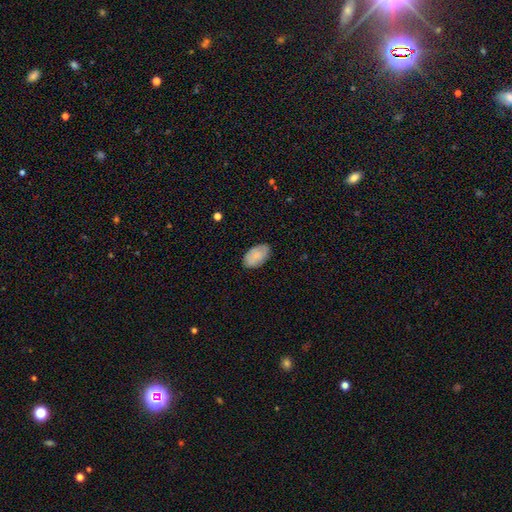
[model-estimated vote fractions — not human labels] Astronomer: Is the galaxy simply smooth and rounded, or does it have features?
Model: smooth — 79%.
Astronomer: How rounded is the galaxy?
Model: in between — 94%.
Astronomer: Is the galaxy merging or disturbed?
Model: none — 82%.